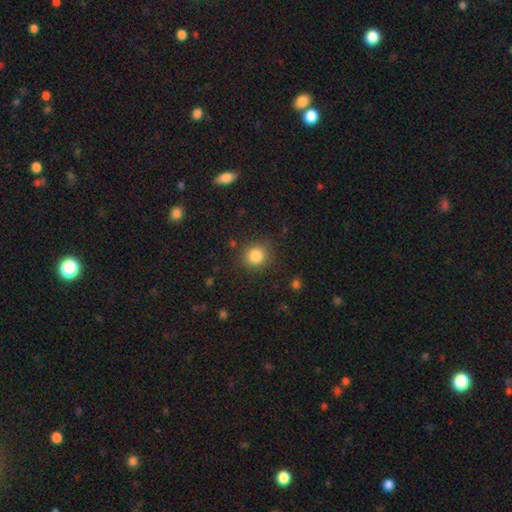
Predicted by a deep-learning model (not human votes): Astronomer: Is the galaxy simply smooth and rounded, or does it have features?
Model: smooth — 84%.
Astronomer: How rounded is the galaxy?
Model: round — 88%.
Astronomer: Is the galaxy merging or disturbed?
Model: none — 85%.